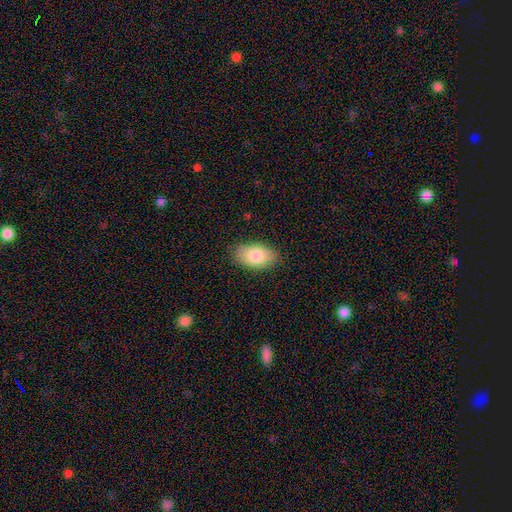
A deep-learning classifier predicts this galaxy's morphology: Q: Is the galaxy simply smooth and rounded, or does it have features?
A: smooth — 83%.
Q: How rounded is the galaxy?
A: in between — 94%.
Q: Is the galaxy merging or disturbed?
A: none — 85%.